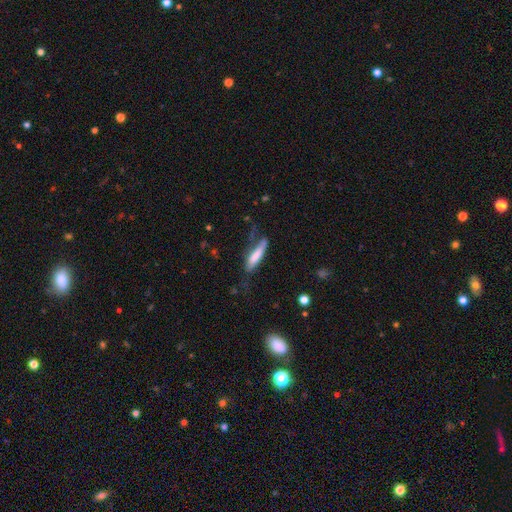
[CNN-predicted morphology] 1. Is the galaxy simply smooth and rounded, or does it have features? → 68% smooth, 26% featured or disk, 6% star or artifact.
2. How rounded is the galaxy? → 75% cigar-shaped, 23% in between, 2% round.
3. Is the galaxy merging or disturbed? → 41% none, 28% minor disturbance, 26% major disturbance, 5% merger.